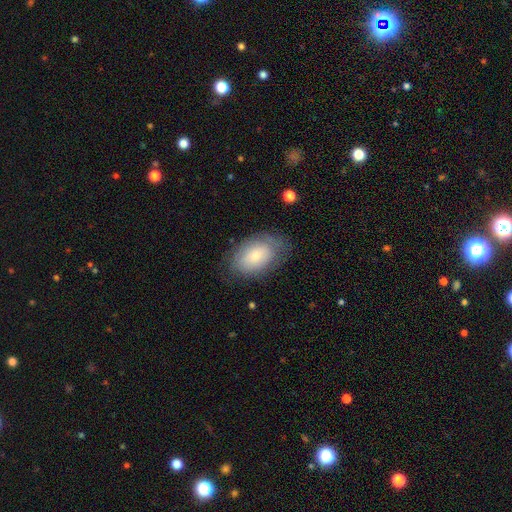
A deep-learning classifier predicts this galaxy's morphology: The model was most divided on "merging": none: 72%, minor disturbance: 20%, major disturbance: 7%, merger: 1%. More confident: how rounded — in between (92%); smooth or featured — smooth (75%).